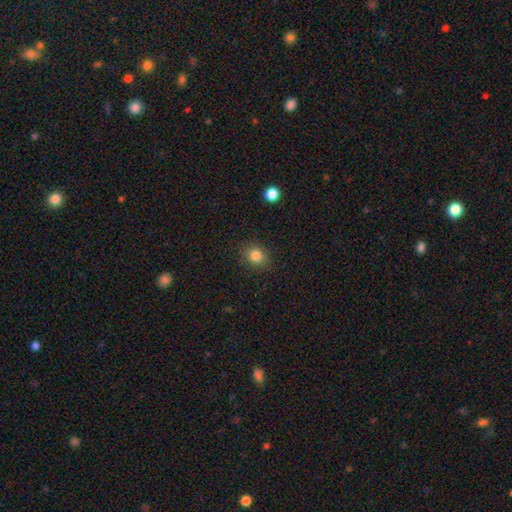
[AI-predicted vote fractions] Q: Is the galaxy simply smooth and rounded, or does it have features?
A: smooth — 83%.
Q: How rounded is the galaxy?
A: round — 71%.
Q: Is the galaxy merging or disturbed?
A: none — 87%.